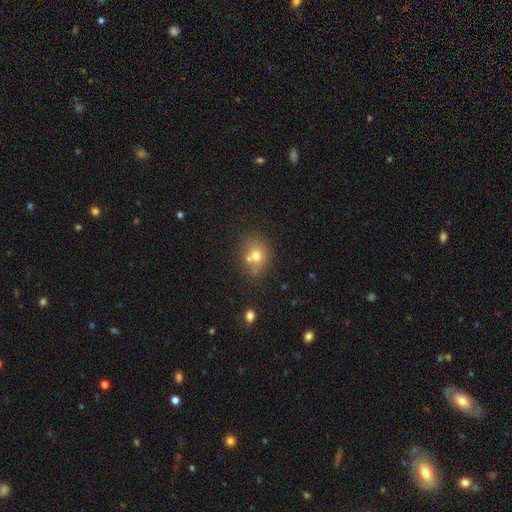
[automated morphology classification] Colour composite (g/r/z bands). It shows a smooth galaxy with no disk features (69%) that is round (68%). Merging: none (56%).